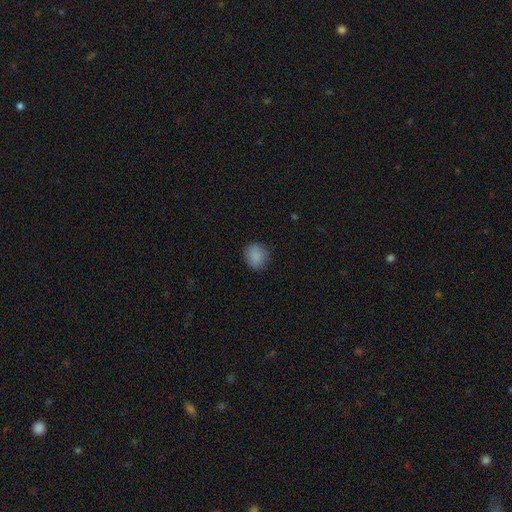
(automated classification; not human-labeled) smooth 87%, star or artifact 9%, featured or disk 4%. Down the decision tree: how rounded — round (78%); merging — none (84%).